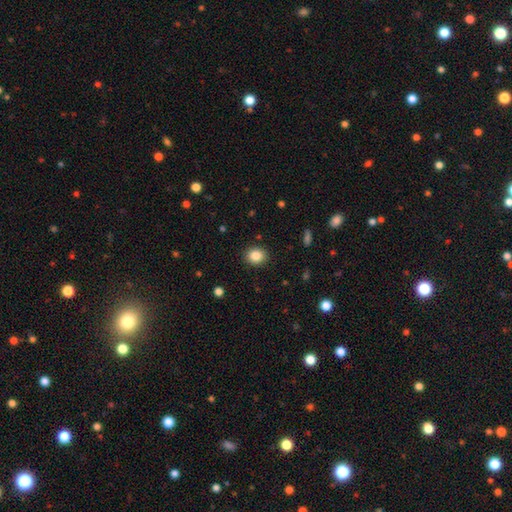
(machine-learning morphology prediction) The model was most divided on "how rounded": round: 68%, in between: 31%, cigar-shaped: 1%. More confident: merging — none (90%); smooth or featured — smooth (85%).